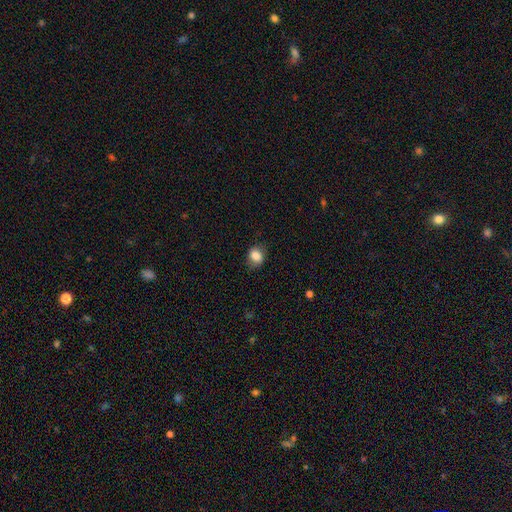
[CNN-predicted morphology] A smooth galaxy with no disk features (84%) that is in between round and cigar-shaped (49%, tied with round).

Vote fractions:
- Smooth or featured? smooth: 84% / star or artifact: 9% / featured or disk: 7%
- How rounded? in between: 49% (tied) / round: 49% (tied) / cigar-shaped: 1%
- Merging? none: 73% / minor disturbance: 20% / major disturbance: 5% / merger: 1%